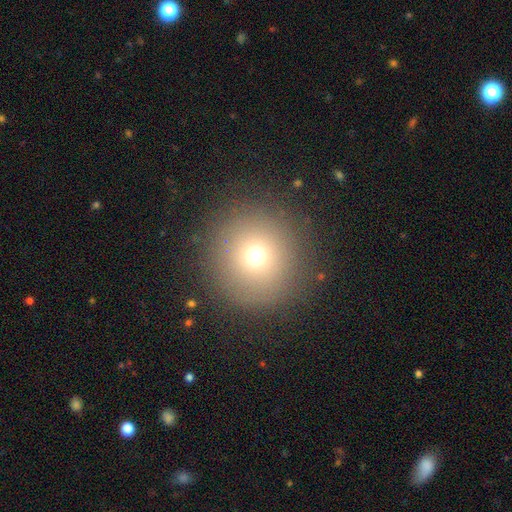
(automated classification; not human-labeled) smooth-or-featured: smooth: 71% | star or artifact: 18% | featured or disk: 11%
  how-rounded: round: 95% | in between: 4% | cigar-shaped: 1%
  merging: none: 89% | minor disturbance: 7% | major disturbance: 4% | merger: 1%